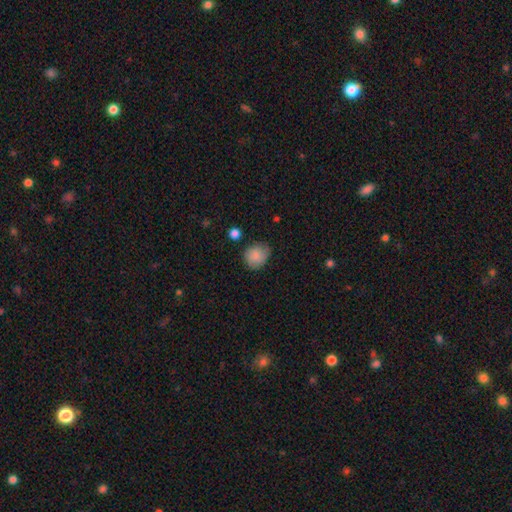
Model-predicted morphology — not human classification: smooth-or-featured: smooth: 83% | featured or disk: 9% | star or artifact: 8%
  how-rounded: round: 74% | in between: 25% | cigar-shaped: 1%
  merging: none: 70% | minor disturbance: 23% | major disturbance: 5% | merger: 2%